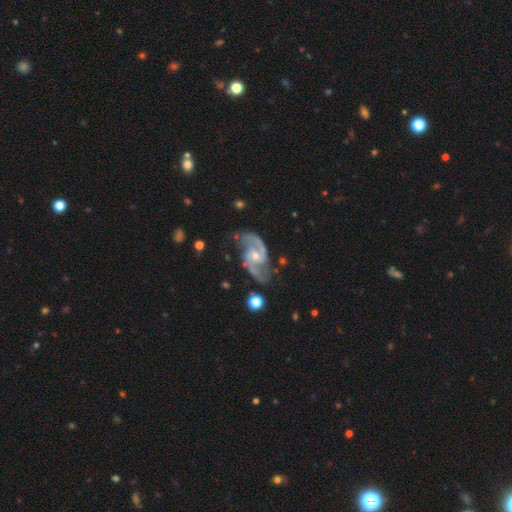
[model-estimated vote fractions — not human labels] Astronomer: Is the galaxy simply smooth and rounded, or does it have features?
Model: featured or disk — 91%.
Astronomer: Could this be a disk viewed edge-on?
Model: no — 97%.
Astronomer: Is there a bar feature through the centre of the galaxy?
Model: no — 47% (runner-up: weak, 42%).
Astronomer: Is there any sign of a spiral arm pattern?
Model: yes — 98%.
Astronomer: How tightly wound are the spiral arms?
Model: medium — 57%.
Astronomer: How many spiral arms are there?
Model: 2 — 92%.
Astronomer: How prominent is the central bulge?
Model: small — 53% (runner-up: moderate, 42%).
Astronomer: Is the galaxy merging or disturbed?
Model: none — 71%.